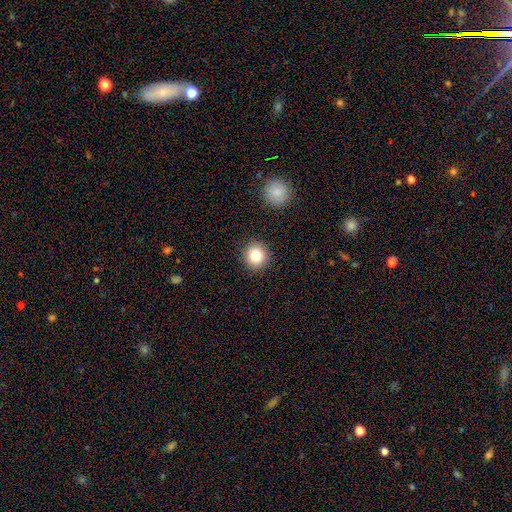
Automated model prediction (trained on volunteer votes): Q: Smooth or featured?
A: smooth (83%); runner-up: star or artifact (10%)
Q: How rounded?
A: round (92%); runner-up: in between (7%)
Q: Merging?
A: none (90%); runner-up: minor disturbance (6%)